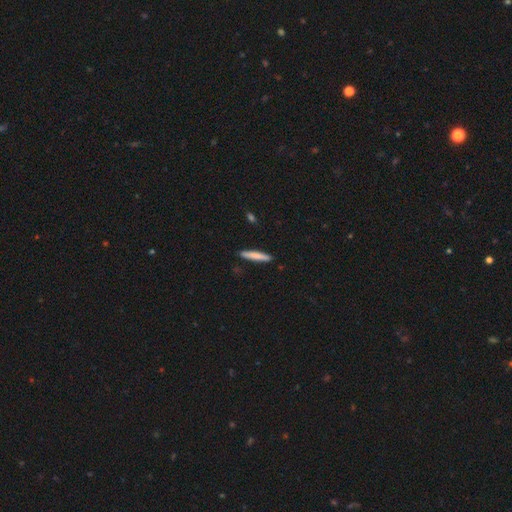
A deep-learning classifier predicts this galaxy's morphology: This appears to be a smooth galaxy with no disk features (78%) that is cigar-shaped (94%). Merging: none (90%).